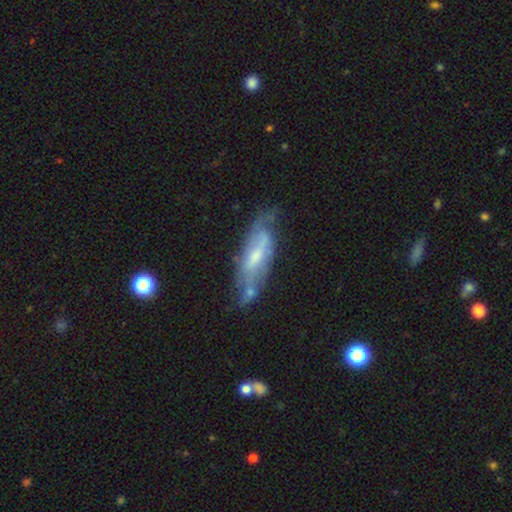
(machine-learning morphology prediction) Overall: featured or disk (66%; smooth 27%). Edge-on disk: no (73%). Merging: none (49%; minor disturbance 28%).